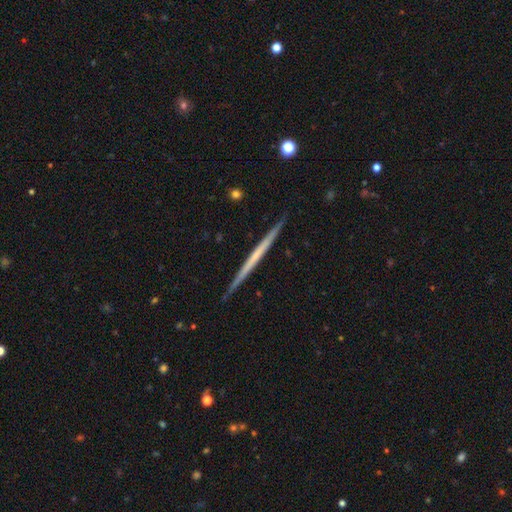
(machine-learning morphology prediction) Smooth or featured: featured or disk — 61% (smooth — 34%)
Edge-on disk: yes — 98% (no — 2%)
Edge-on bulge: none — 90% (rounded — 6%)
Merging: none — 91% (minor disturbance — 7%)